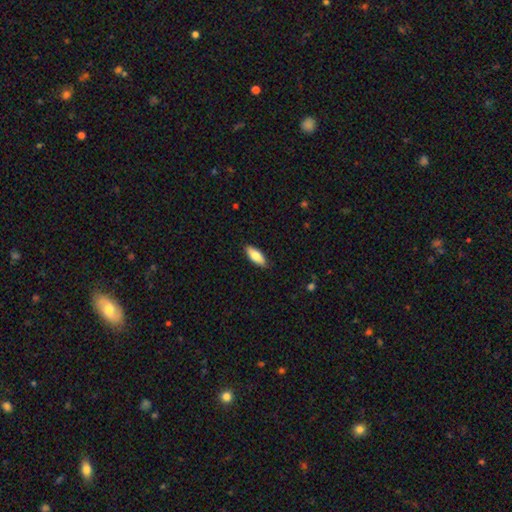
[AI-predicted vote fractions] smooth-or-featured: smooth: 78% | featured or disk: 17% | star or artifact: 6%
  how-rounded: in between: 74% | cigar-shaped: 24% | round: 2%
  merging: none: 89% | minor disturbance: 8% | major disturbance: 2% | merger: 1%